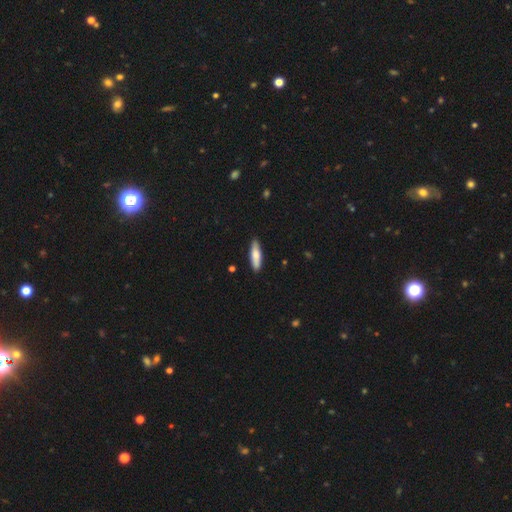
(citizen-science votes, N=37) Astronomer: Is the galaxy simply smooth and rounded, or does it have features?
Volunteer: smooth — 73%.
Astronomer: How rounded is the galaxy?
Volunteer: cigar-shaped — 85%.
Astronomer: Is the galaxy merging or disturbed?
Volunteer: none — 89%.